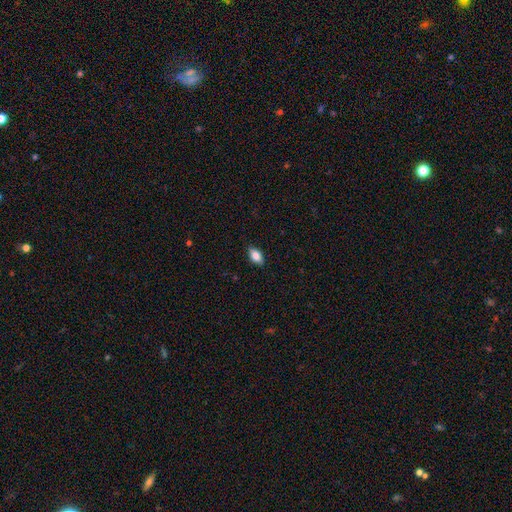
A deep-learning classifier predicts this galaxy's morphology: This is clearly a smooth galaxy (83%). How rounded: clearly in between (90%). Merging: clearly none (87%).